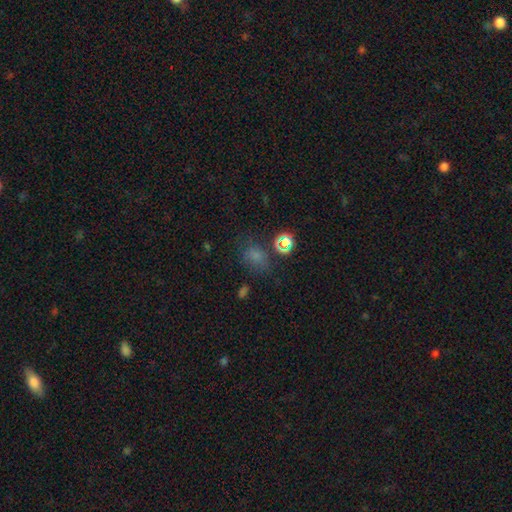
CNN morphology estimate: Overall: smooth (62%; star or artifact 29%). How rounded: in between (50%; round 49%). Merging: none (63%).